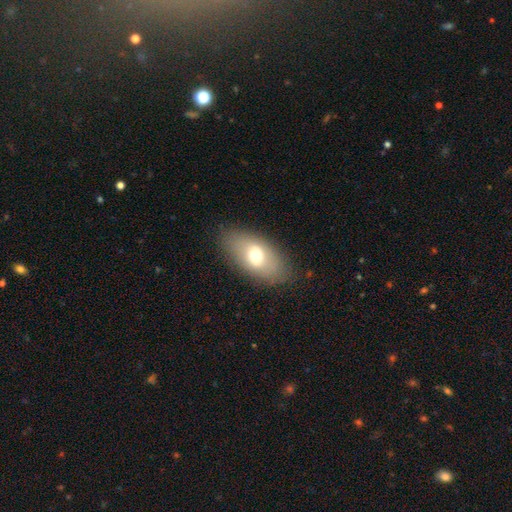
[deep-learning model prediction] The model was most divided on "smooth or featured": smooth: 64%, featured or disk: 28%, star or artifact: 8%. More confident: how rounded — in between (90%); merging — none (84%).